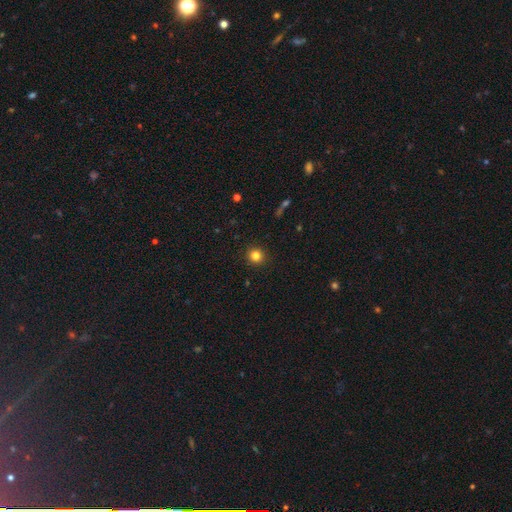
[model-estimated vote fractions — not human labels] Smooth or featured?
  - smooth: 82% *
  - star or artifact: 13%
  - featured or disk: 5%
How rounded?
  - round: 94% *
  - in between: 5%
  - cigar-shaped: 1%
Merging?
  - none: 93% *
  - minor disturbance: 5%
  - major disturbance: 2%
  - merger: 1%